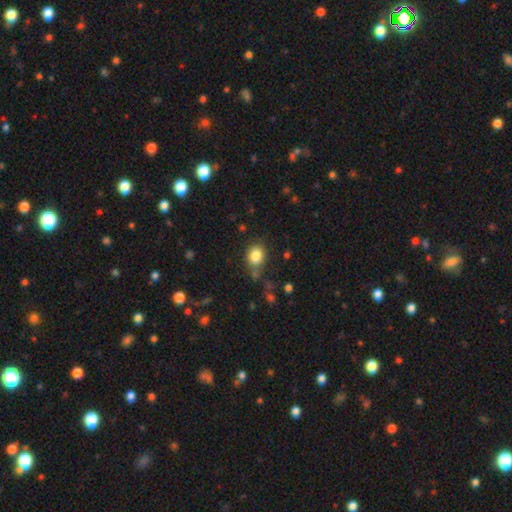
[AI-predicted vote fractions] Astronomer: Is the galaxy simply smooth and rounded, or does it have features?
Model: smooth — 83%.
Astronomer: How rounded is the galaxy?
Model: round — 55% (runner-up: in between, 44%).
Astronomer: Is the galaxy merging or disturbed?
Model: none — 74%.